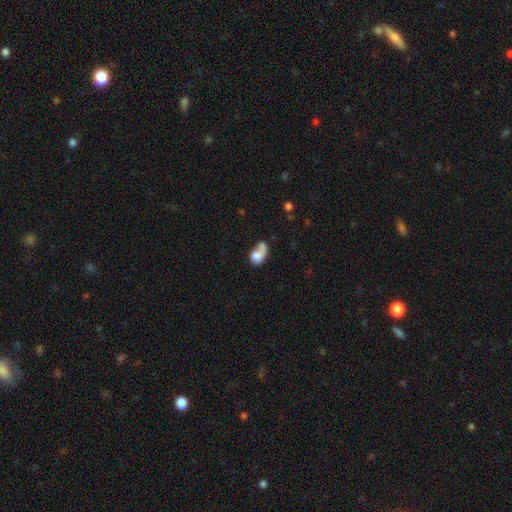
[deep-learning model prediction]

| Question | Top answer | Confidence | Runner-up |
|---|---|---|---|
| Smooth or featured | smooth | 68% | featured or disk (23%) |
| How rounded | in between | 66% | round (31%) |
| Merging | merger | 43% | none (24%) |